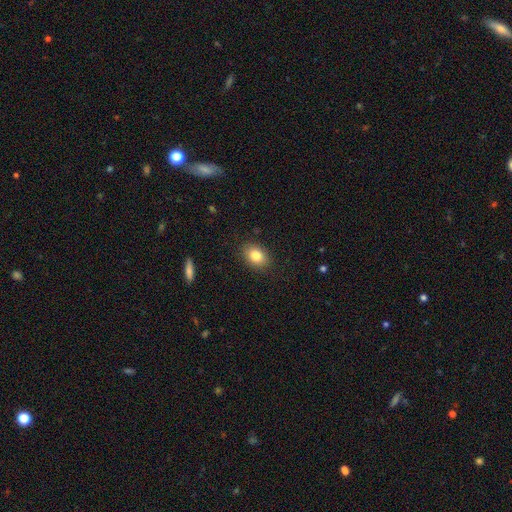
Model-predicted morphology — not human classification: smooth-or-featured: smooth: 82% | star or artifact: 9% | featured or disk: 9%
  how-rounded: in between: 68% | round: 31% | cigar-shaped: 1%
  merging: none: 88% | minor disturbance: 9% | major disturbance: 2% | merger: 1%